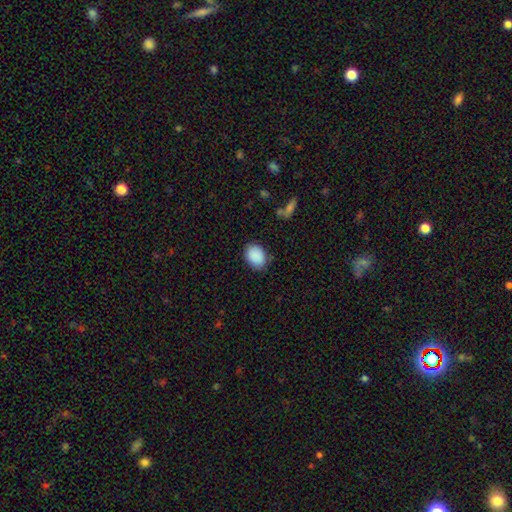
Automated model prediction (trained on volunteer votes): smooth-or-featured: smooth: 90% | star or artifact: 7% | featured or disk: 3%
  how-rounded: in between: 65% | round: 35% | cigar-shaped: 1%
  merging: none: 80% | minor disturbance: 15% | major disturbance: 3% | merger: 1%